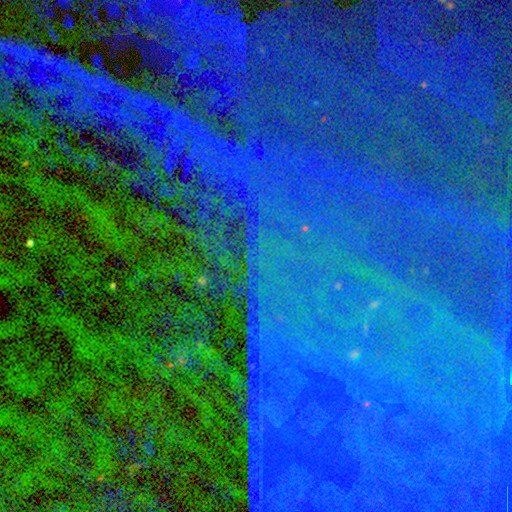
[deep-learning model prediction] Q: Smooth or featured?
A: star or artifact (86%); runner-up: featured or disk (7%)